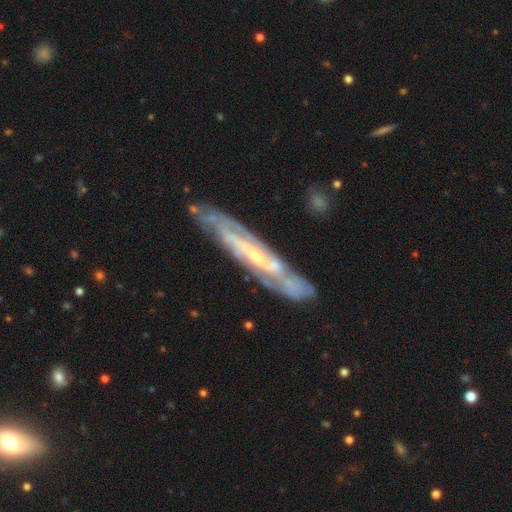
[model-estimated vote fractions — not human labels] Overall: featured or disk (82%). Edge-on disk: no (58%; yes 42%). Merging: none (75%).